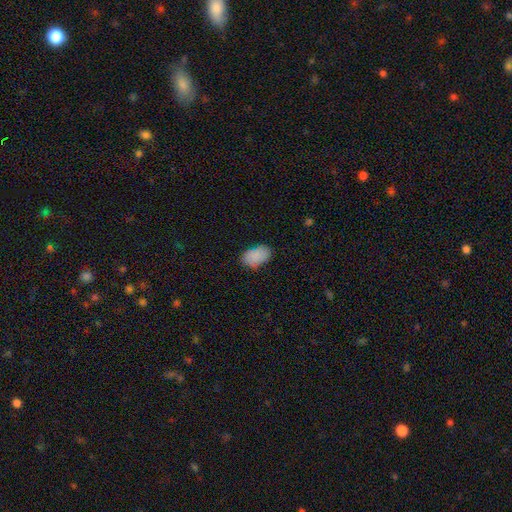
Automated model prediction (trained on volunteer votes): Smooth or featured? smooth (86%)
How rounded? in between (91%)
Merging? none (76%)